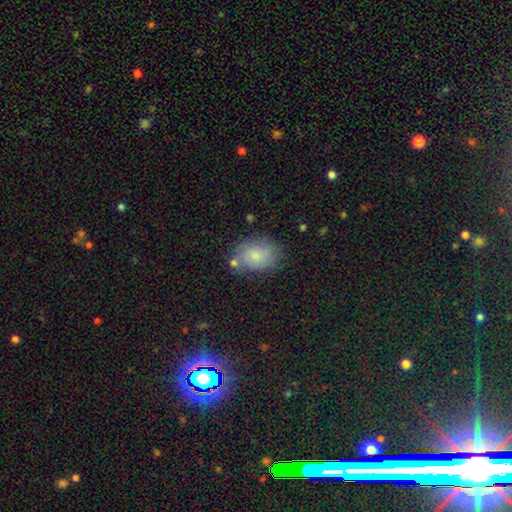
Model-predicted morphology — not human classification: Smooth or featured?
  - smooth: 76% *
  - featured or disk: 16%
  - star or artifact: 8%
How rounded?
  - in between: 75% *
  - round: 24%
  - cigar-shaped: 1%
Merging?
  - none: 66% *
  - minor disturbance: 20%
  - merger: 8%
  - major disturbance: 6%